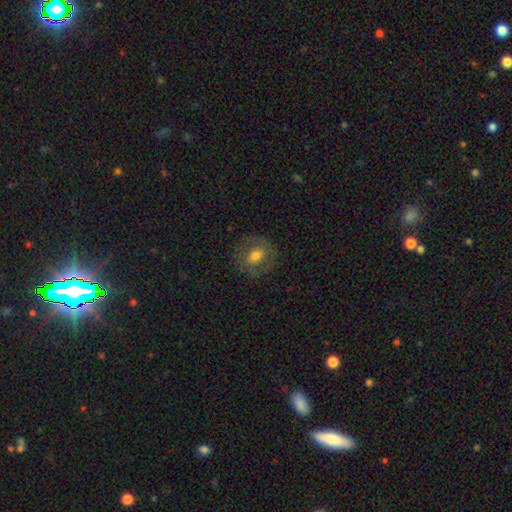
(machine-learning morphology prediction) smooth-or-featured: smooth: 59% | featured or disk: 31% | star or artifact: 9%
  how-rounded: round: 73% | in between: 26% | cigar-shaped: 1%
  merging: none: 83% | minor disturbance: 11% | major disturbance: 5% | merger: 1%